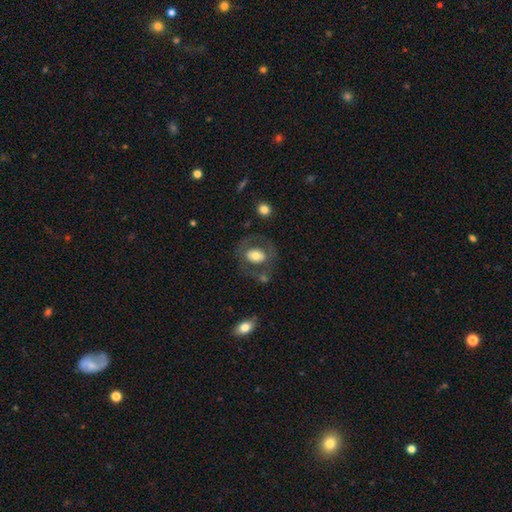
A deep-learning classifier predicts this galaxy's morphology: smooth 57%, featured or disk 36%, star or artifact 7%. Down the decision tree: how rounded — in between (58%); merging — none (66%).